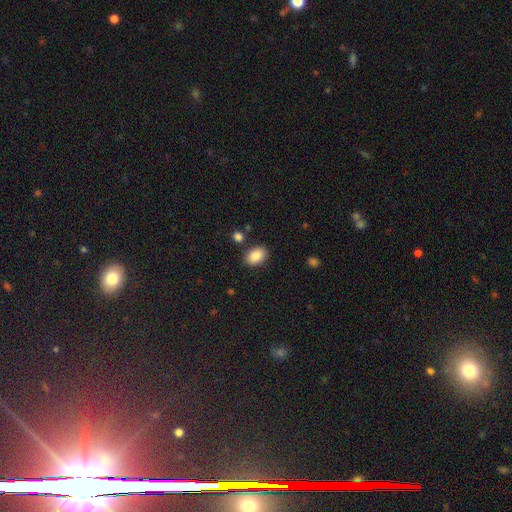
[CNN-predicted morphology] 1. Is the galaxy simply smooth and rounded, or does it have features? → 87% smooth, 7% star or artifact, 5% featured or disk.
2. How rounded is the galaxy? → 85% in between, 13% round, 1% cigar-shaped.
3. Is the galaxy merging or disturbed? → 85% none, 10% minor disturbance, 3% merger, 3% major disturbance.